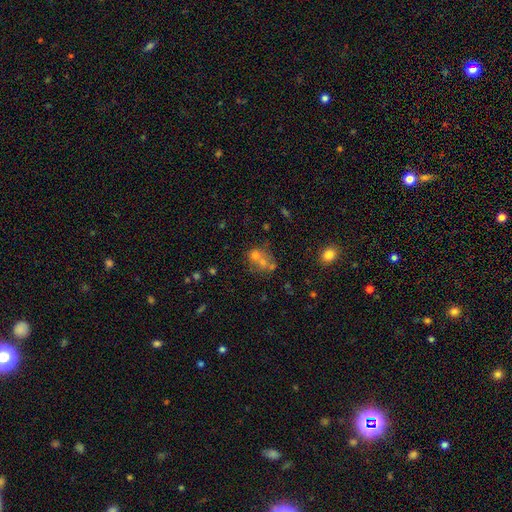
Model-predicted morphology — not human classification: smooth_or_featured: smooth (p=0.59) [alt: featured or disk p=0.23]
how_rounded: round (p=0.67) [alt: in between p=0.32]
merging: merger (p=0.54) [alt: none p=0.32]